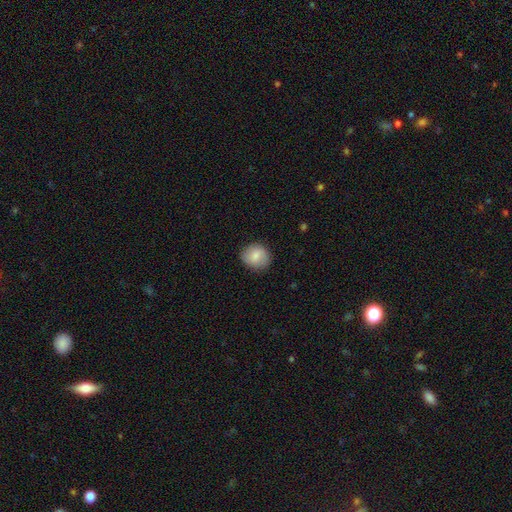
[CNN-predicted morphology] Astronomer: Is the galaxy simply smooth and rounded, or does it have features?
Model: smooth — 82%.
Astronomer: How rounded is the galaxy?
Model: round — 79%.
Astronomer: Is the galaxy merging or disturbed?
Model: none — 85%.